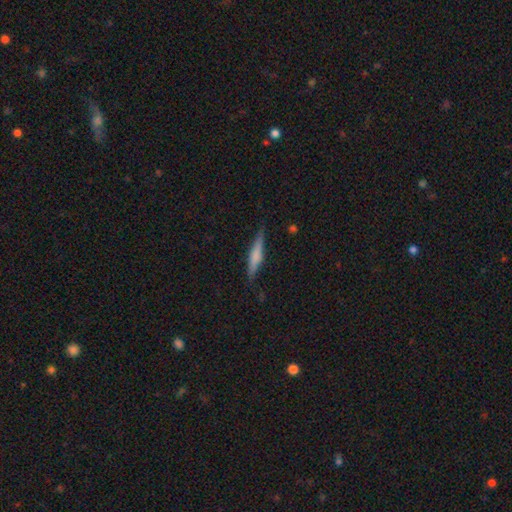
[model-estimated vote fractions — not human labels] Smooth or featured: smooth — 49% (featured or disk — 44%)
Merging: none — 84% (minor disturbance — 12%)